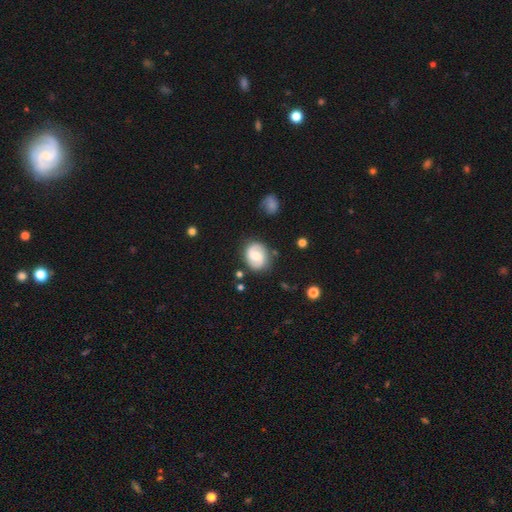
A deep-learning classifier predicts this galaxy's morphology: Smooth or featured? featured or disk (67%)
Edge-on disk? no (98%)
Bar? weak (47%)
Spiral arms? yes (91%)
Spiral winding? medium (46%)
Spiral arm count? 2 (89%)
Bulge size? moderate (59%)
Merging? none (80%)